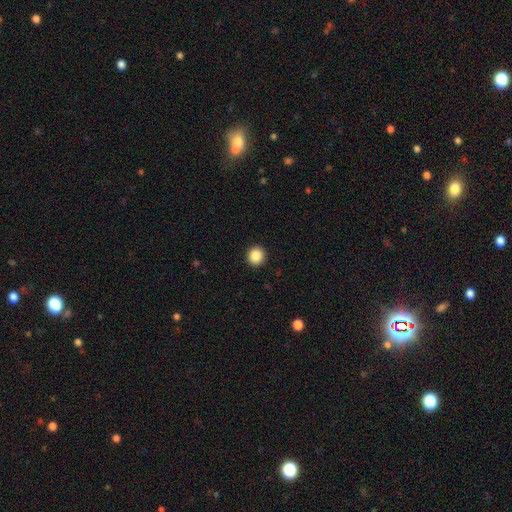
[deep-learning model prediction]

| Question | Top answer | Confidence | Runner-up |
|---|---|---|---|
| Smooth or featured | smooth | 88% | star or artifact (9%) |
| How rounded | round | 91% | in between (8%) |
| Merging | none | 93% | minor disturbance (4%) |